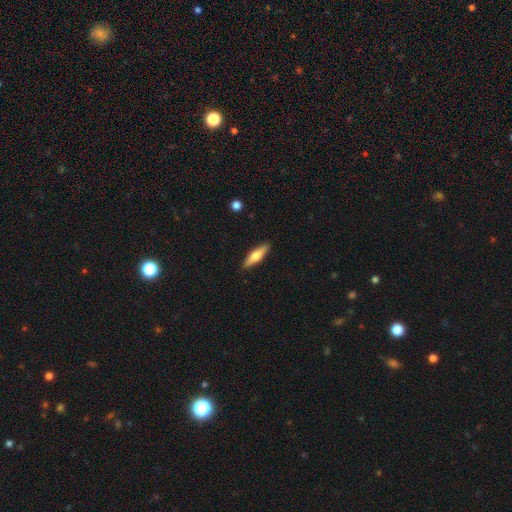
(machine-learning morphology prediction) This appears to be a smooth galaxy with no disk features (58%) that is cigar-shaped (69%). Merging: none (90%).